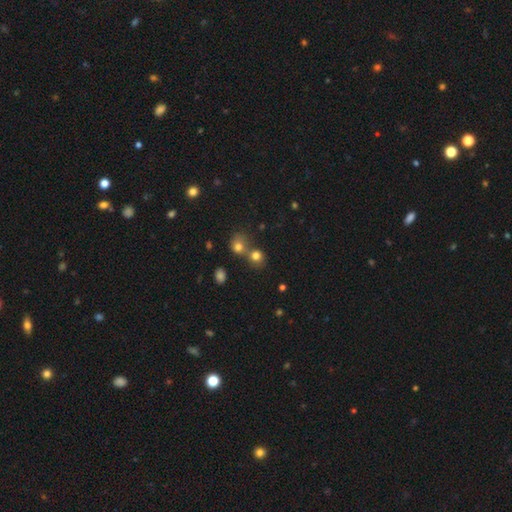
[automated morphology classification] smooth 77%, star or artifact 14%, featured or disk 9%. Down the decision tree: how rounded — round (80%); merging — none (45%).